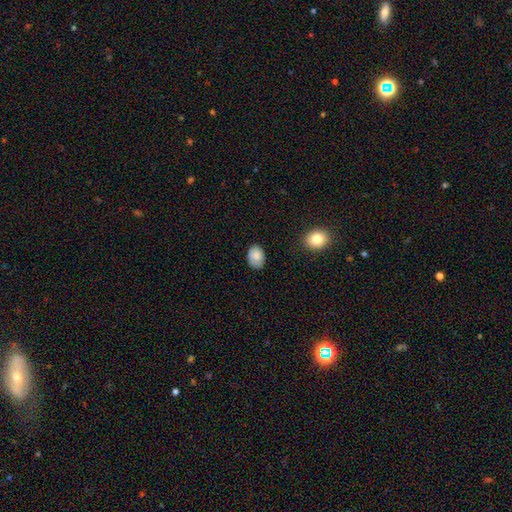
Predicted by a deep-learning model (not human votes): Morphology: type=smooth (83%); roundness=in between (80%); merging=none (77%).